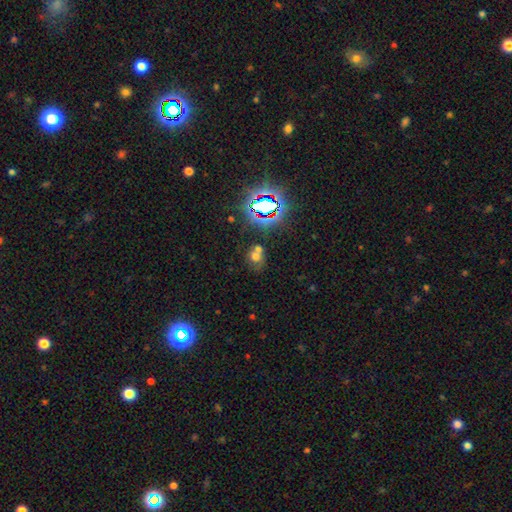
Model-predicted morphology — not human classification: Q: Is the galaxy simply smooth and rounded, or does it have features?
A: smooth — 57%.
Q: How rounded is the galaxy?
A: round — 63%.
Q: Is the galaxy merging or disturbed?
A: none — 43%.